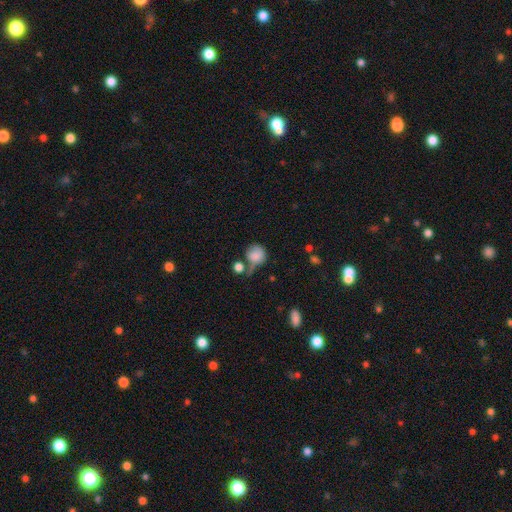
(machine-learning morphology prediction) smooth-or-featured: smooth: 81% | featured or disk: 10% | star or artifact: 9%
  how-rounded: round: 78% | in between: 21% | cigar-shaped: 1%
  merging: none: 38% | merger: 26% | minor disturbance: 22% | major disturbance: 15%